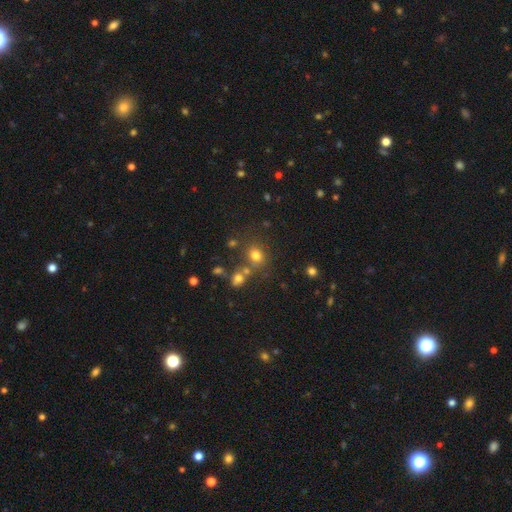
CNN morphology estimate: smooth 74%, star or artifact 17%, featured or disk 9%. Down the decision tree: how rounded — round (64%); merging — none (66%).